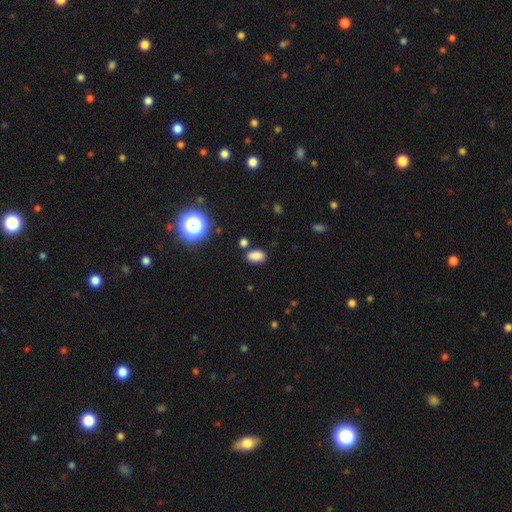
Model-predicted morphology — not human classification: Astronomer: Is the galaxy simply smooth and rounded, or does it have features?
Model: smooth — 82%.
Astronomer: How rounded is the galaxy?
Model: in between — 88%.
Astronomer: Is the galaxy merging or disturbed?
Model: none — 79%.